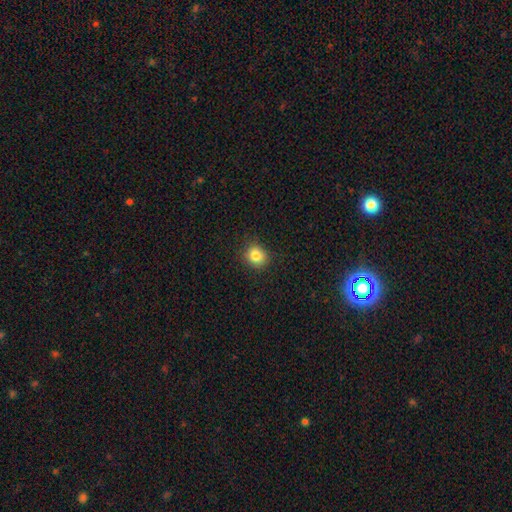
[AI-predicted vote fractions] Smooth or featured?
  - smooth: 84% *
  - star or artifact: 11%
  - featured or disk: 6%
How rounded?
  - round: 77% *
  - in between: 22%
  - cigar-shaped: 1%
Merging?
  - none: 88% *
  - minor disturbance: 8%
  - major disturbance: 2%
  - merger: 1%